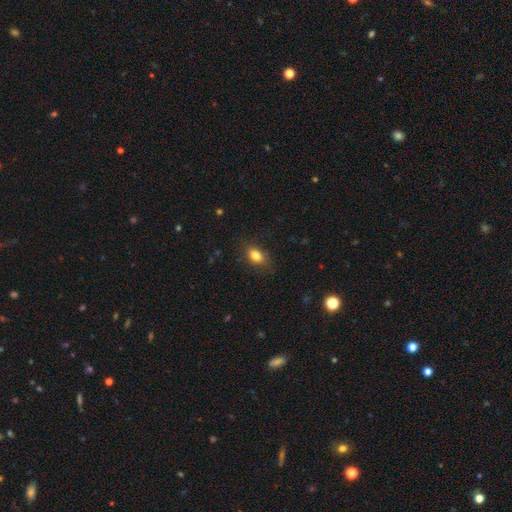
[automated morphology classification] type=smooth (83%); roundness=in between (82%); merging=none (80%).